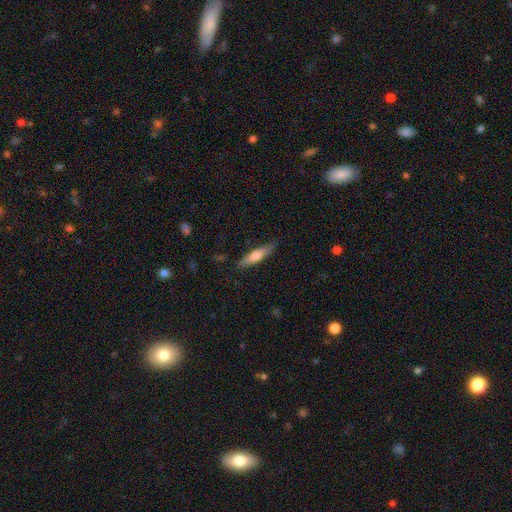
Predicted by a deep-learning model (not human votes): Morphology: type=smooth (57%); roundness=cigar-shaped (82%); merging=none (85%).